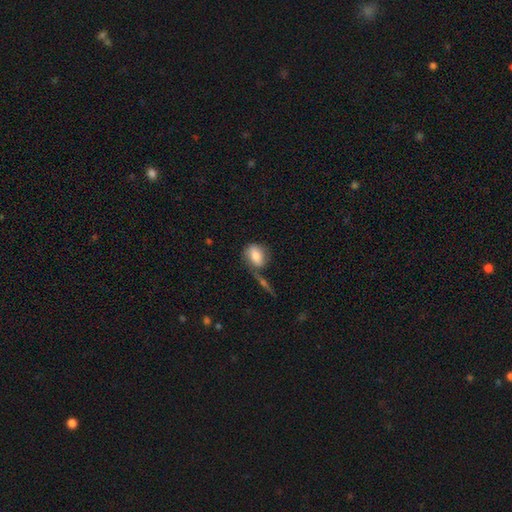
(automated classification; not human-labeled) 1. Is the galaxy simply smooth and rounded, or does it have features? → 75% smooth, 18% featured or disk, 8% star or artifact.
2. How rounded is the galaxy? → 57% in between, 40% round, 3% cigar-shaped.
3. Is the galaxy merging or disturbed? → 49% none, 21% merger, 19% minor disturbance, 10% major disturbance.